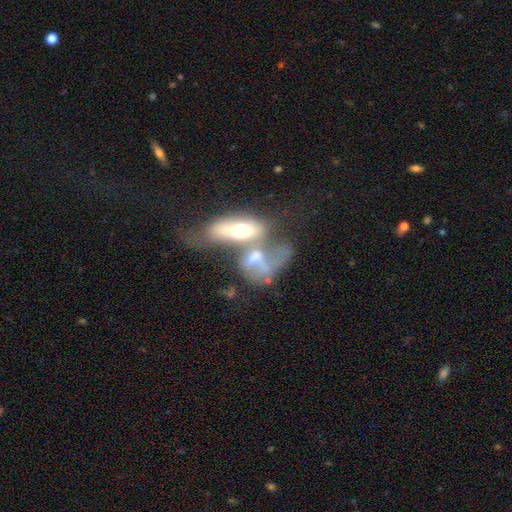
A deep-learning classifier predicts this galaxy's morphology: smooth-or-featured: featured or disk: 50% | smooth: 41% | star or artifact: 9%
  disk-edge-on: no: 82% | yes: 18%
  merging: merger: 72% | major disturbance: 14% | none: 8% | minor disturbance: 6%